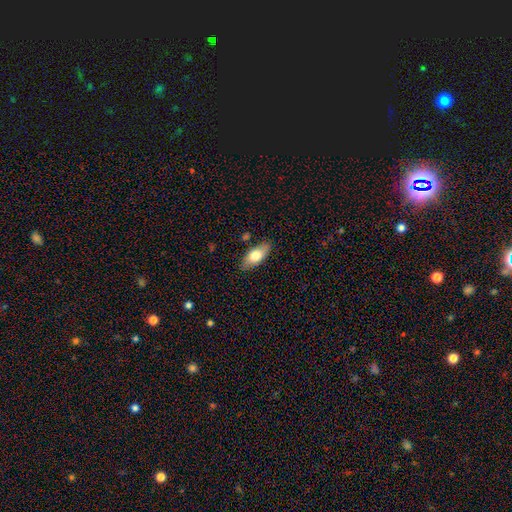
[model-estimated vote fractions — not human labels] Smooth or featured? smooth (73%)
How rounded? in between (87%)
Merging? none (85%)